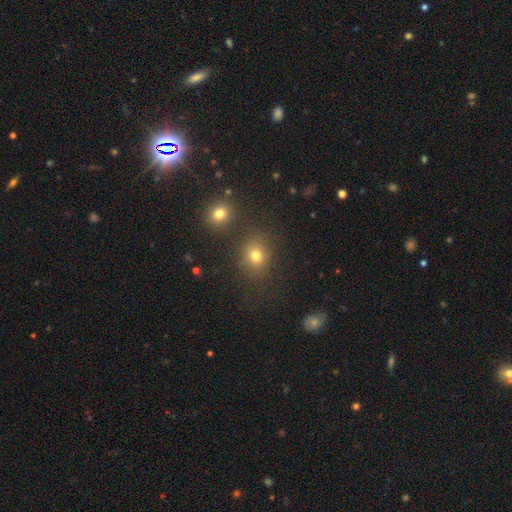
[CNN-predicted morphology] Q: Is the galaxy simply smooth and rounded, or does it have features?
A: smooth — 73%.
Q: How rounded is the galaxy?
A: round — 69%.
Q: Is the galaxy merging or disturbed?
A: none — 77%.